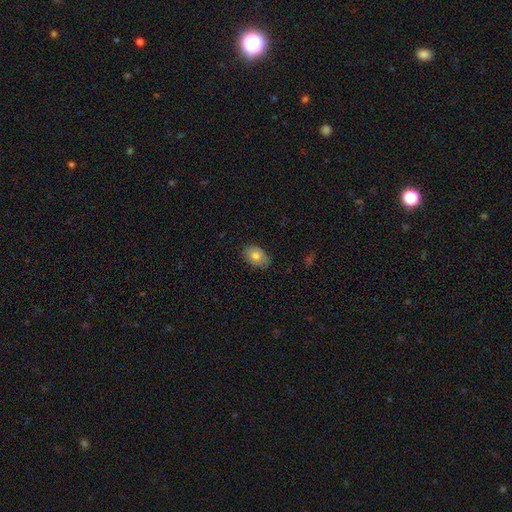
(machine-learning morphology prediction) This appears to be a smooth galaxy with no disk features (82%) that is in between round and cigar-shaped (82%). Merging: none (82%).